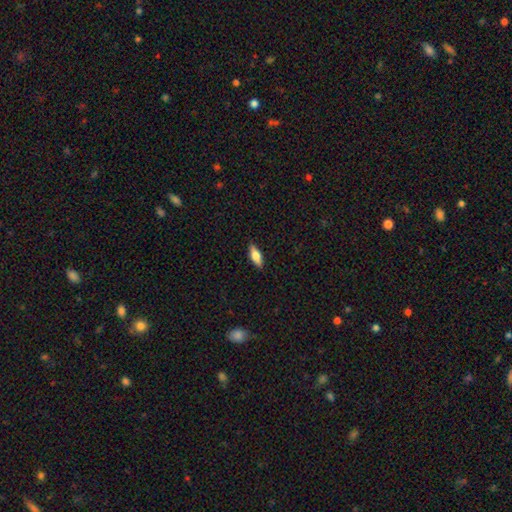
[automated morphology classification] Overall: smooth (67%). How rounded: in between (68%; cigar-shaped 30%). Merging: none (88%).